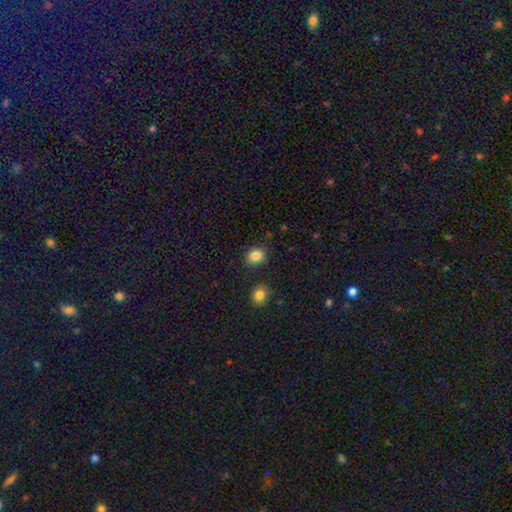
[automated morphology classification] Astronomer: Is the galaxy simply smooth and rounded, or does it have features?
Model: smooth — 85%.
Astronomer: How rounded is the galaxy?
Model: round — 63%.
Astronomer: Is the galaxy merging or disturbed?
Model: none — 87%.